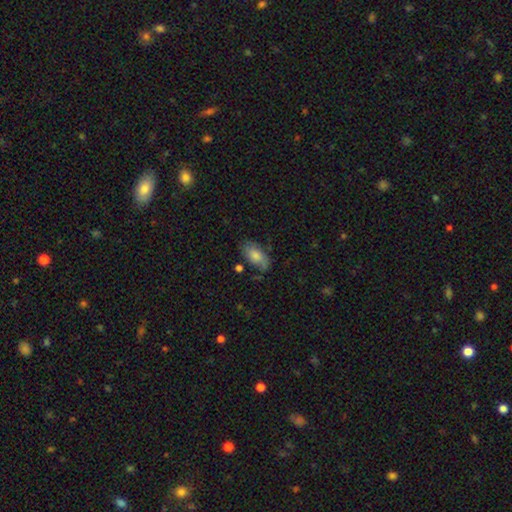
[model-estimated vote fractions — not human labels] Smooth or featured? Predicted: smooth (p=0.68). How rounded? Predicted: in between (p=0.92). Merging? Predicted: none (p=0.64).